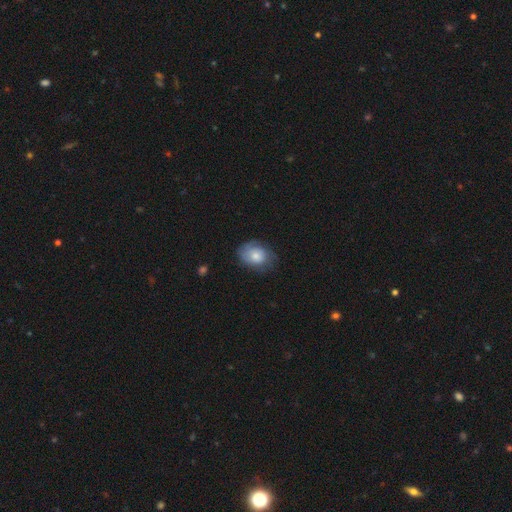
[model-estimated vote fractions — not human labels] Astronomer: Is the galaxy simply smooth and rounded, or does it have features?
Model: smooth — 70%.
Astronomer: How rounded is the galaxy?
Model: in between — 69%.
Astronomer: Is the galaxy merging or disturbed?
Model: none — 65%.